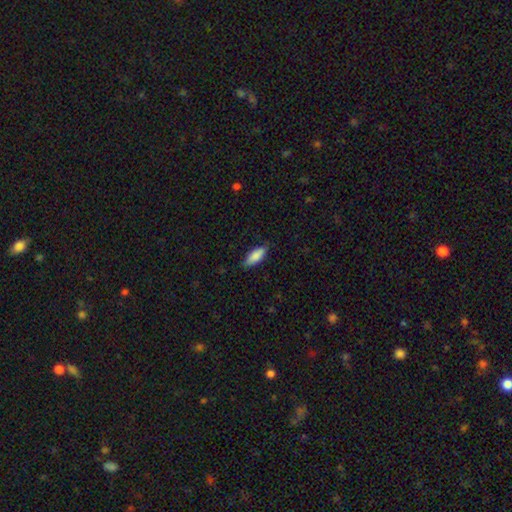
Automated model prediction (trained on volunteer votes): smooth 87%, featured or disk 7%, star or artifact 6%. Down the decision tree: how rounded — in between (74%); merging — none (81%).